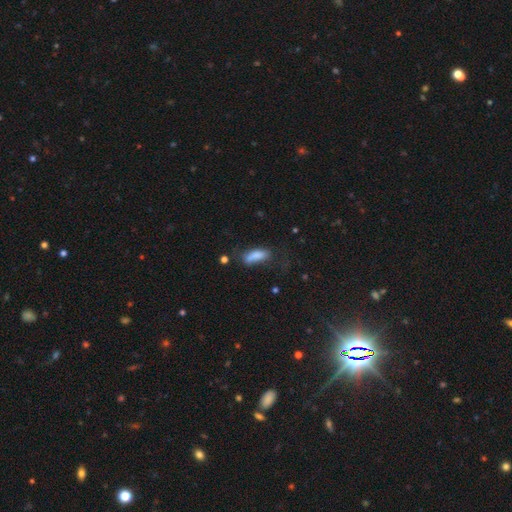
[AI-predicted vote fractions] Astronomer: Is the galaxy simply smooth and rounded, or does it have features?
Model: smooth — 79%.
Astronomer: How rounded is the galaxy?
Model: in between — 70%.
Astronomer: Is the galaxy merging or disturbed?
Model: none — 42% (runner-up: minor disturbance, 28%).